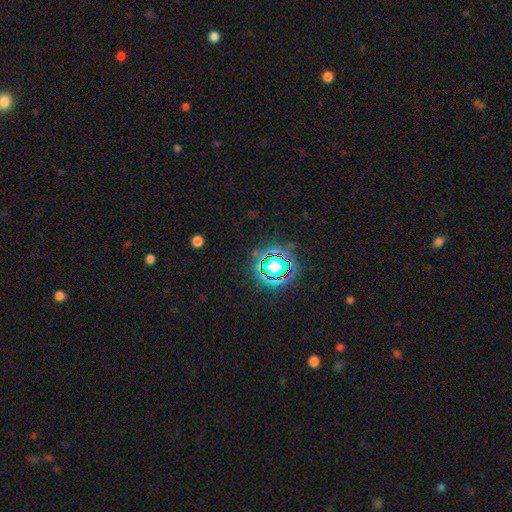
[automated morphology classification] Smooth or featured? star or artifact (81%)